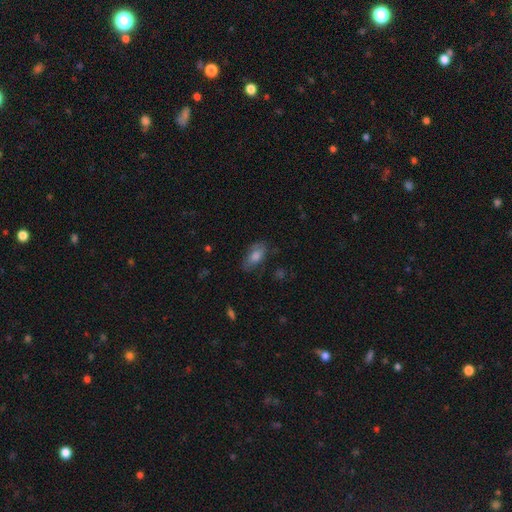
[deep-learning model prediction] Smooth or featured: smooth — 69% (featured or disk — 21%)
How rounded: in between — 85% (cigar-shaped — 10%)
Merging: none — 72% (minor disturbance — 20%)